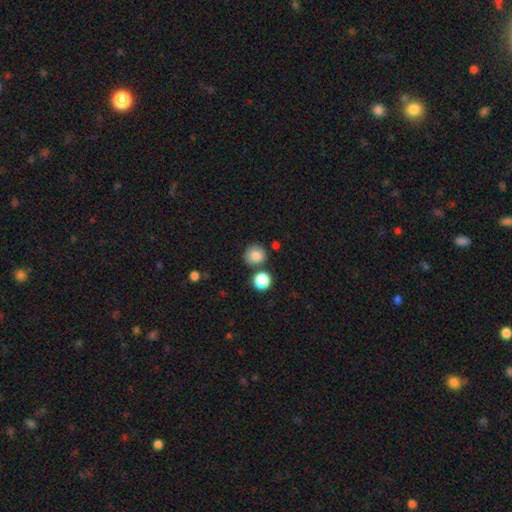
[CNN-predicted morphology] Overall: smooth (83%). How rounded: round (87%). Merging: none (75%).